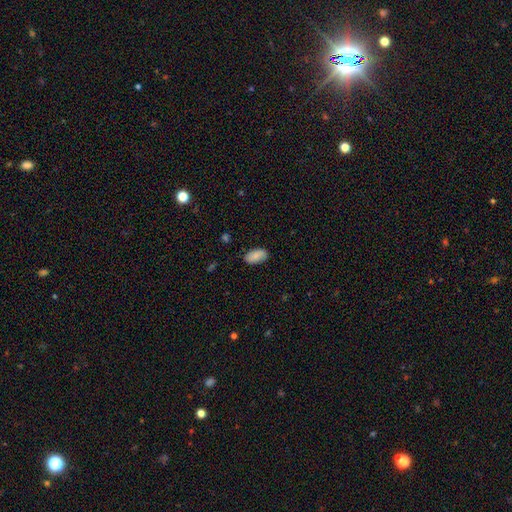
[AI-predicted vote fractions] Q: Smooth or featured?
A: smooth (82%); runner-up: featured or disk (11%)
Q: How rounded?
A: in between (94%); runner-up: round (3%)
Q: Merging?
A: none (81%); runner-up: minor disturbance (15%)